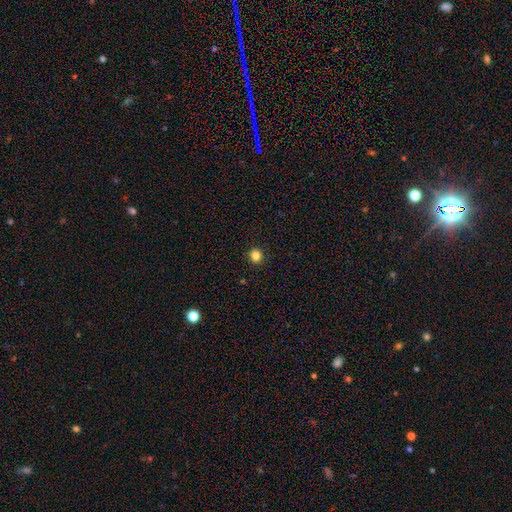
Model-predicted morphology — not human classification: A smooth galaxy with no disk features (84%) that is round (86%). Merging: none (92%).